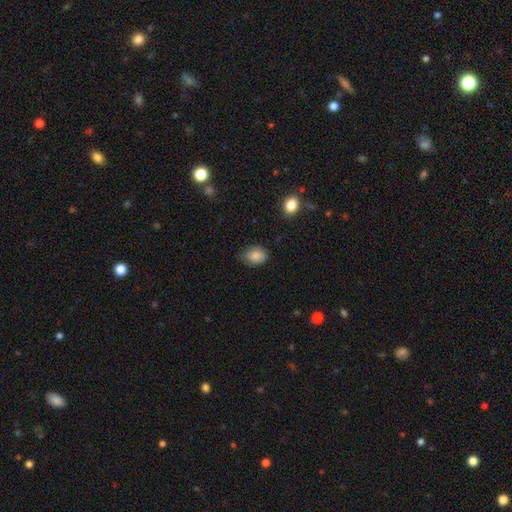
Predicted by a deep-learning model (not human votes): Smooth or featured?
  - smooth: 85% *
  - star or artifact: 8%
  - featured or disk: 7%
How rounded?
  - in between: 72% *
  - round: 27%
  - cigar-shaped: 1%
Merging?
  - none: 69% *
  - minor disturbance: 26%
  - major disturbance: 4%
  - merger: 1%